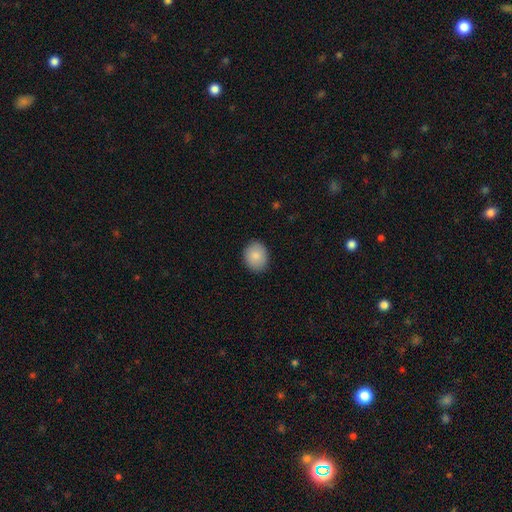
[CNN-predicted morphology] A smooth galaxy with no disk features (86%) that is round (58%).

Vote fractions:
- Smooth or featured? smooth: 86% / star or artifact: 7% / featured or disk: 6%
- How rounded? round: 58% / in between: 41% / cigar-shaped: 1%
- Merging? none: 88% / minor disturbance: 9% / major disturbance: 2% / merger: 1%